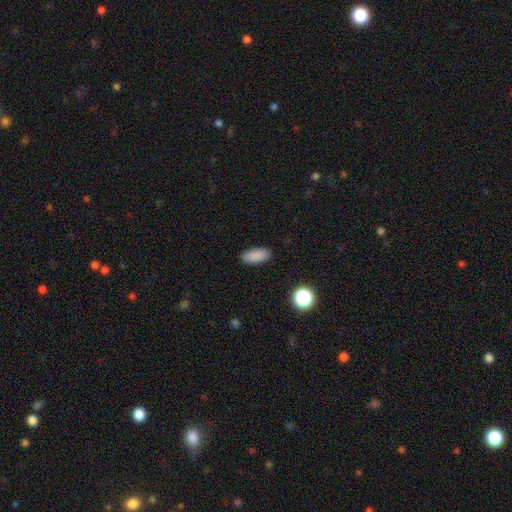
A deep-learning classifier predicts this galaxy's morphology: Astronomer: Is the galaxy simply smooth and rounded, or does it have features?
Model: smooth — 87%.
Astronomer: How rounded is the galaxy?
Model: in between — 87%.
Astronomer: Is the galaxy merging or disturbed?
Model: none — 88%.